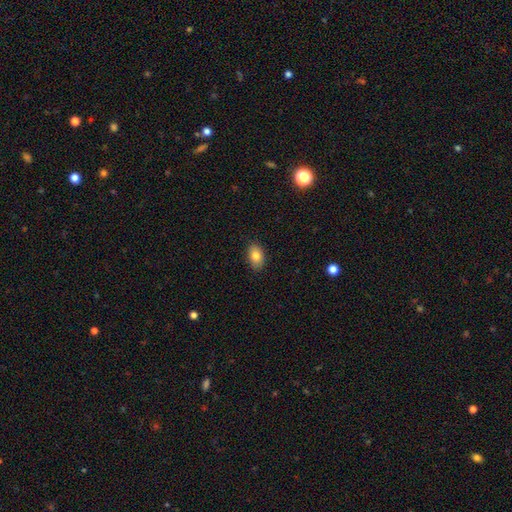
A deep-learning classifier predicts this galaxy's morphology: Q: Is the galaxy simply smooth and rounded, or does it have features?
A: smooth — 82%.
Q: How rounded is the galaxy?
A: in between — 89%.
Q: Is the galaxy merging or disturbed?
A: none — 87%.